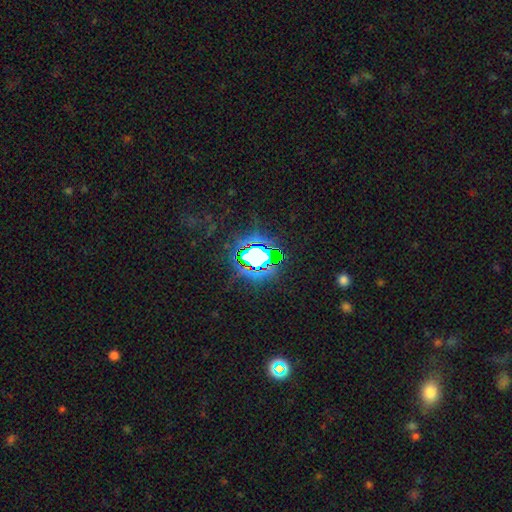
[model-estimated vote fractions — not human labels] A star or artifact, not a galaxy (72%).